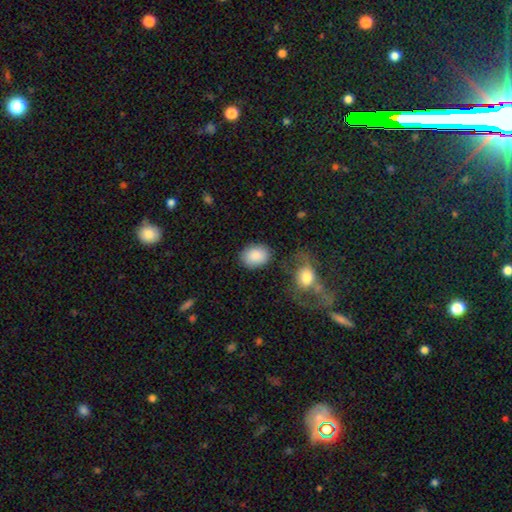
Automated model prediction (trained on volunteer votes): Morphology: type=smooth (88%); roundness=in between (66%); merging=none (74%).